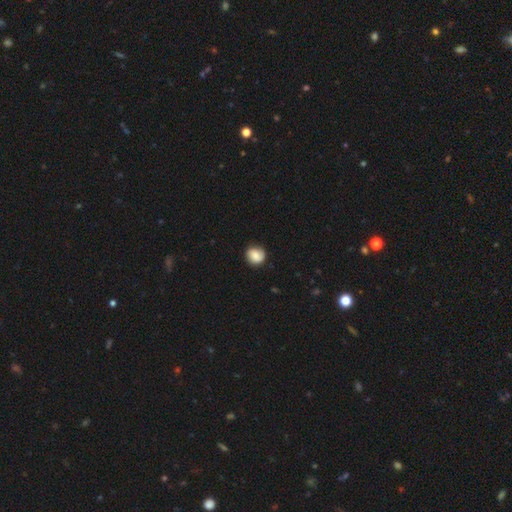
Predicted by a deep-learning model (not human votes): Smooth or featured: smooth — 73% (featured or disk — 19%)
How rounded: round — 86% (in between — 13%)
Merging: none — 81% (minor disturbance — 15%)